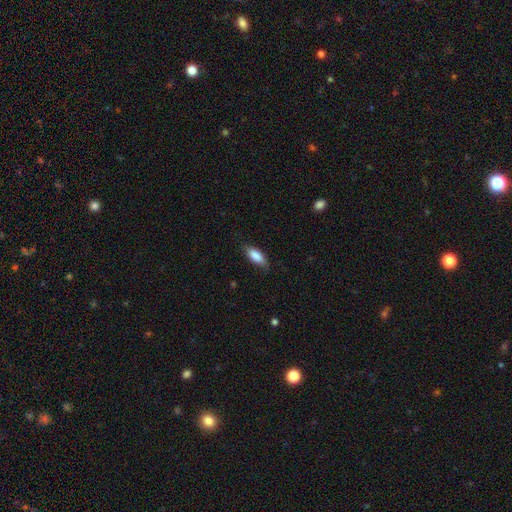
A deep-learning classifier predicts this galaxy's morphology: smooth-or-featured: smooth: 85% | featured or disk: 9% | star or artifact: 6%
  how-rounded: in between: 78% | cigar-shaped: 20% | round: 2%
  merging: none: 76% | minor disturbance: 19% | major disturbance: 4% | merger: 1%